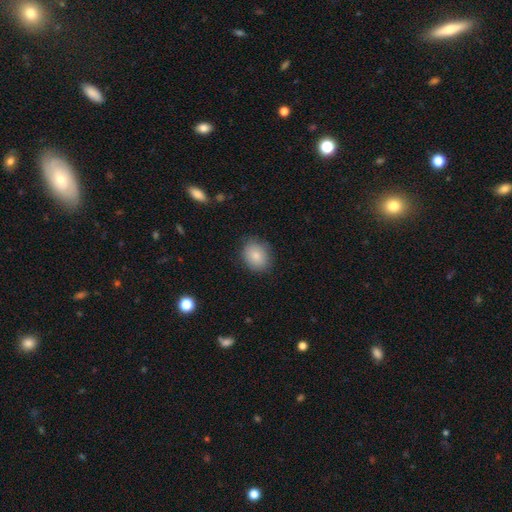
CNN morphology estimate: smooth-or-featured: smooth: 84% | featured or disk: 8% | star or artifact: 8%
  how-rounded: round: 56% | in between: 43% | cigar-shaped: 1%
  merging: none: 83% | minor disturbance: 13% | major disturbance: 3% | merger: 1%